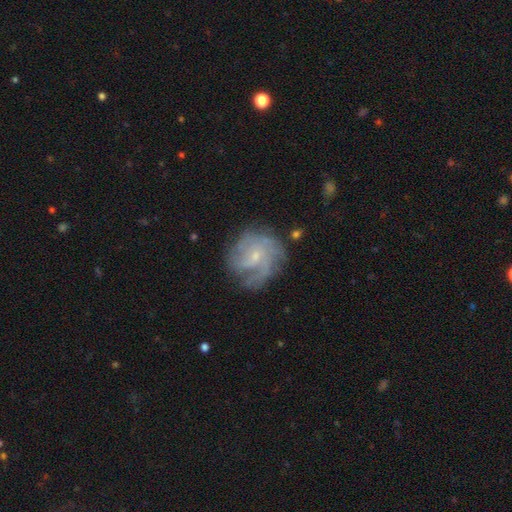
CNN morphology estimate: A featured or disk galaxy (80%) with no bar (58%), tight (47%) spiral arms (93%) and a small central bulge (76%).

Vote fractions:
- Smooth or featured? featured or disk: 80% / smooth: 13% / star or artifact: 7%
- Edge-on disk? no: 98% / yes: 2%
- Bar? no: 58% / weak: 37% / strong: 5%
- Spiral arms? yes: 93% / no: 7%
- Spiral winding? tight: 47% / medium: 39% / loose: 14%
- Spiral arm count? can't tell: 32% / 3: 25% / 4: 17% / 2: 13% / 1: 7% / more than 4: 6%
- Bulge size? small: 76% / moderate: 18% / none: 5% / large: 1% / dominant: 1%
- Merging? none: 68% / minor disturbance: 20% / major disturbance: 11% / merger: 2%